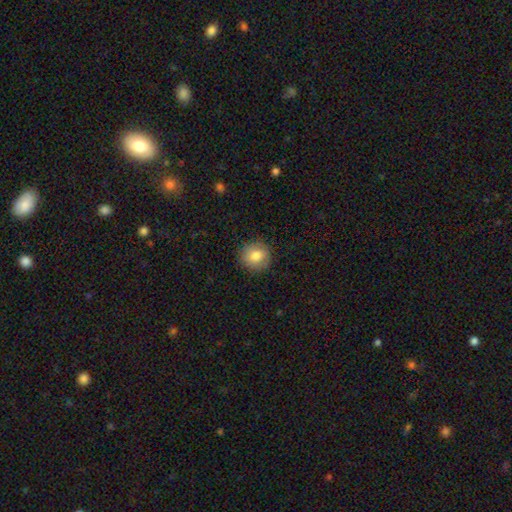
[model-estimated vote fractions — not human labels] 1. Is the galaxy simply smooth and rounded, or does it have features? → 81% smooth, 11% featured or disk, 9% star or artifact.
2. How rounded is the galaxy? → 90% round, 9% in between, 1% cigar-shaped.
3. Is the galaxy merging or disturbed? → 87% none, 10% minor disturbance, 3% major disturbance, 1% merger.